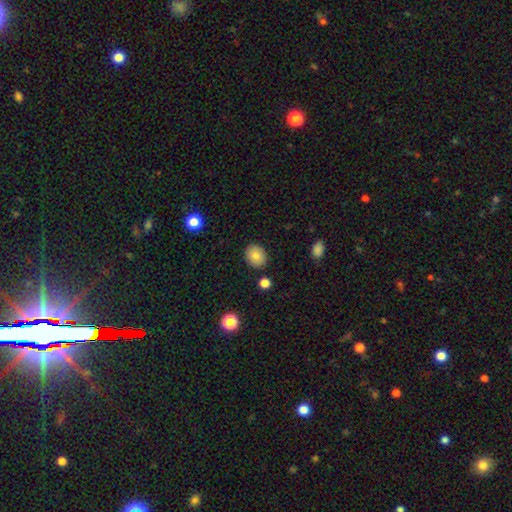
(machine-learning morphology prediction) The model was most divided on "how rounded": round: 56%, in between: 43%, cigar-shaped: 1%. More confident: merging — none (88%); smooth or featured — smooth (80%).